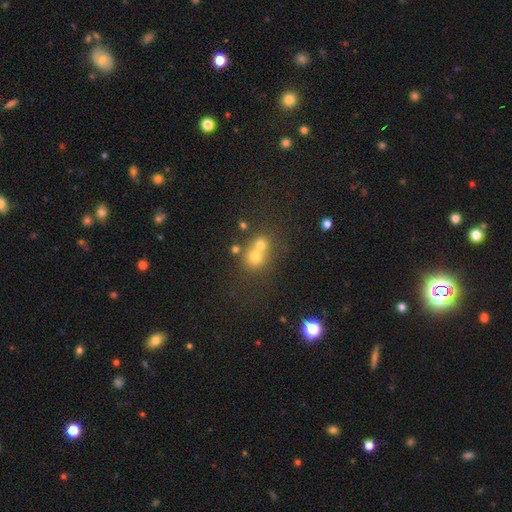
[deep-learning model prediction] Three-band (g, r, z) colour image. It shows a smooth galaxy with no disk features (64%) that is round (79%). Merging: merger (56%).